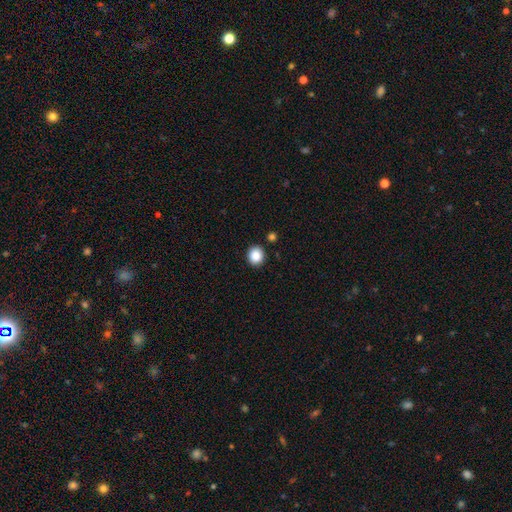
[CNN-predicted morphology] type=smooth (87%); roundness=round (80%); merging=none (90%).